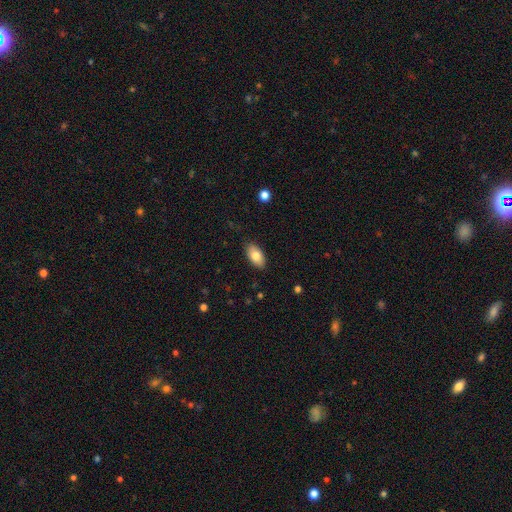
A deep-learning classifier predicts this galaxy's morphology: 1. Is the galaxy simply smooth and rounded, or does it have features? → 81% smooth, 13% featured or disk, 7% star or artifact.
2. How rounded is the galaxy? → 93% in between, 3% round, 3% cigar-shaped.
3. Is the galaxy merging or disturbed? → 87% none, 10% minor disturbance, 2% major disturbance, 1% merger.